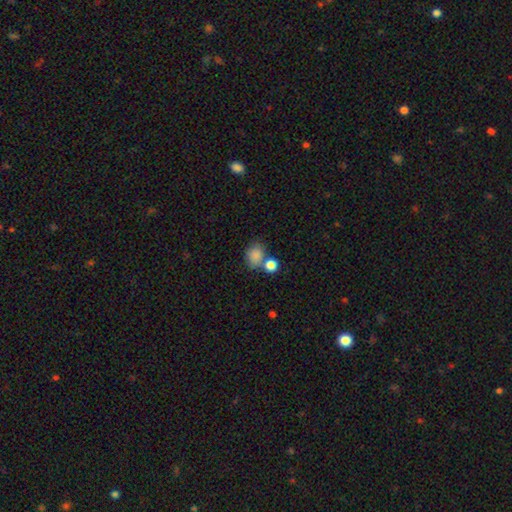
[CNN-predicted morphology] This is clearly a smooth galaxy (84%). How rounded: possibly round (56%). Merging: possibly none (51%).